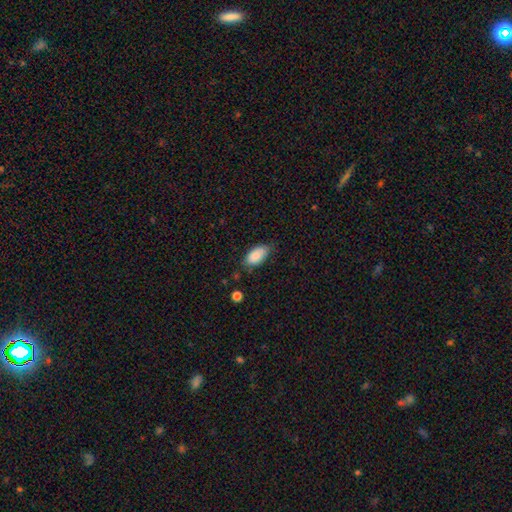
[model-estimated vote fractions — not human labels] Smooth or featured: smooth — 84% (featured or disk — 9%)
How rounded: in between — 93% (cigar-shaped — 4%)
Merging: none — 66% (minor disturbance — 27%)